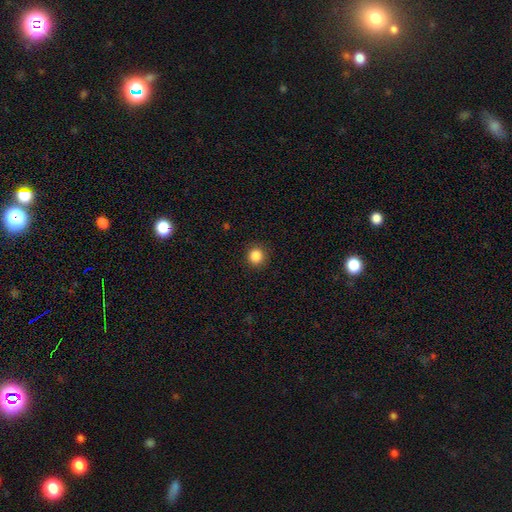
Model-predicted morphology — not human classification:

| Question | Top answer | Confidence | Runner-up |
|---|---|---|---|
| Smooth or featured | smooth | 86% | star or artifact (11%) |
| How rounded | round | 93% | in between (6%) |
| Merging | none | 91% | minor disturbance (6%) |